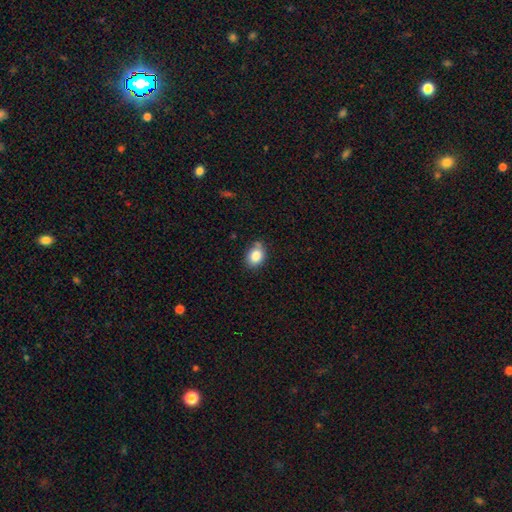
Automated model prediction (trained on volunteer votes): Smooth or featured: smooth — 85% (star or artifact — 9%)
How rounded: in between — 57% (round — 42%)
Merging: none — 69% (minor disturbance — 22%)